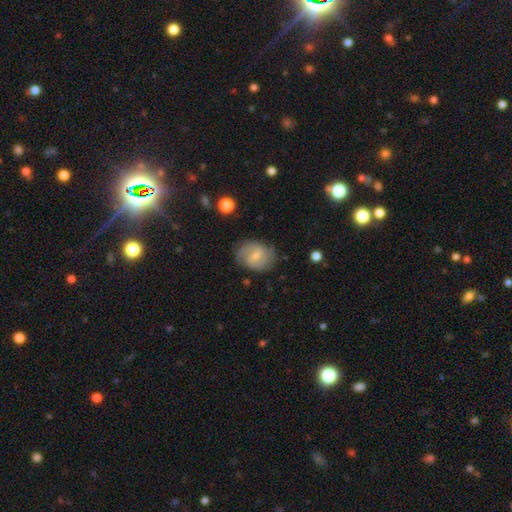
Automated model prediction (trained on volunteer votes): This appears to be a featured or disk galaxy (66%) with a weak bar (59%), 2 (74%) medium (47%) spiral arms (90%) and a small central bulge (55%). Merging: none (71%).